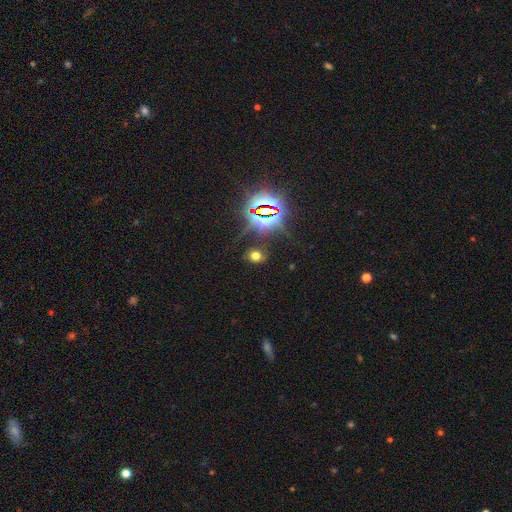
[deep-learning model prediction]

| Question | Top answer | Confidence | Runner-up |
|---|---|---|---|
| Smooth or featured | smooth | 55% | star or artifact (36%) |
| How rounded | round | 51% | in between (48%) |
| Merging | none | 78% | minor disturbance (13%) |